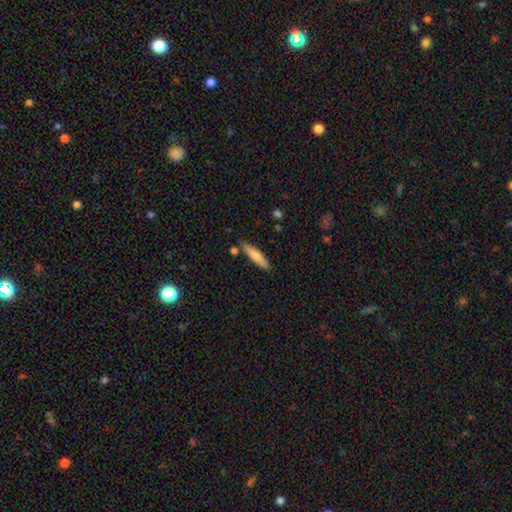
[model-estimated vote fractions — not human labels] The model was most divided on "smooth or featured": smooth: 75%, featured or disk: 20%, star or artifact: 6%. More confident: merging — none (81%); how rounded — cigar-shaped (78%).